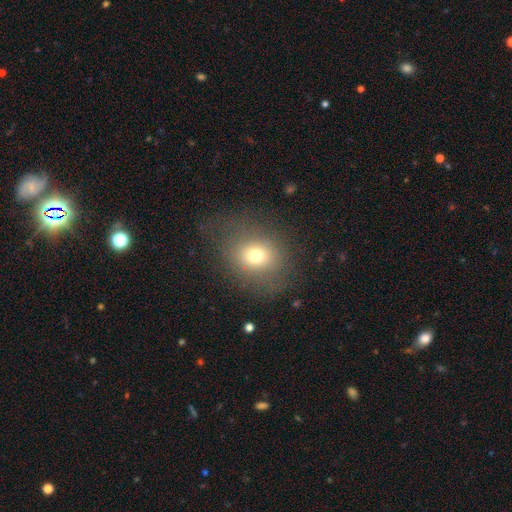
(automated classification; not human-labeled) Smooth or featured: smooth — 72% (star or artifact — 16%)
How rounded: round — 66% (in between — 33%)
Merging: none — 73% (minor disturbance — 14%)